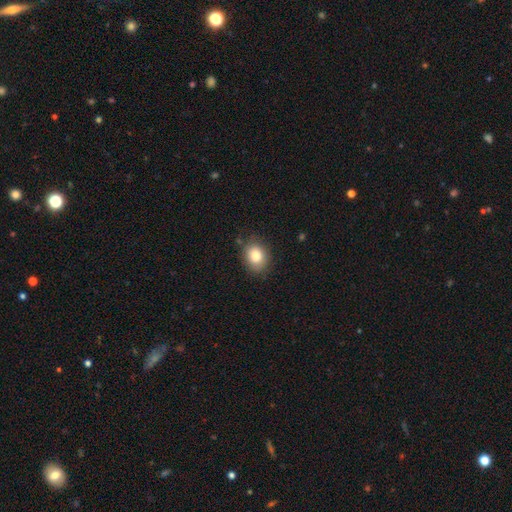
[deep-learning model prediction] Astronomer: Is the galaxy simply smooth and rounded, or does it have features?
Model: smooth — 84%.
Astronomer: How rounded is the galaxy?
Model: in between — 55% (runner-up: round, 44%).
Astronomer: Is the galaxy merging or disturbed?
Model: none — 81%.